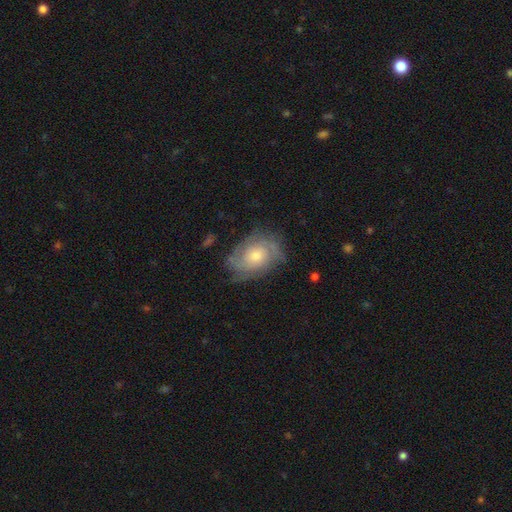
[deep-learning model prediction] A featured or disk galaxy (71%) with no bar (79%), tight (54%) spiral arms (88%) and a moderate central bulge (56%).

Vote fractions:
- Smooth or featured? featured or disk: 71% / smooth: 22% / star or artifact: 7%
- Edge-on disk? no: 96% / yes: 4%
- Bar? no: 79% / weak: 18% / strong: 3%
- Spiral arms? yes: 88% / no: 12%
- Spiral winding? tight: 54% / medium: 34% / loose: 12%
- Spiral arm count? can't tell: 43% / 2: 24% / 3: 16% / 4: 8% / 1: 5% / more than 4: 5%
- Bulge size? moderate: 56% / small: 34% / large: 7% / none: 2% / dominant: 1%
- Merging? none: 69% / minor disturbance: 21% / major disturbance: 8% / merger: 1%